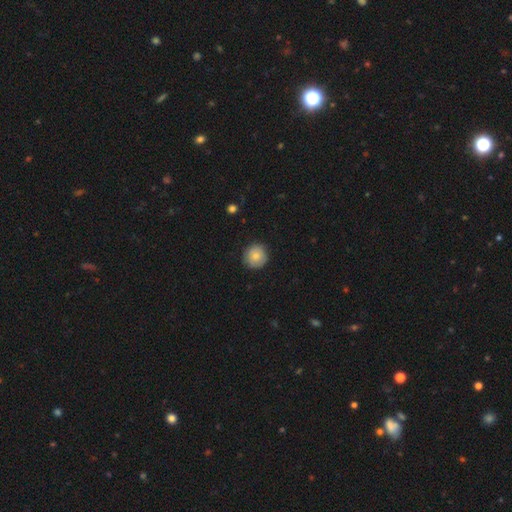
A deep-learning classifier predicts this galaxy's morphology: Overall: smooth (78%). How rounded: round (94%). Merging: none (87%).